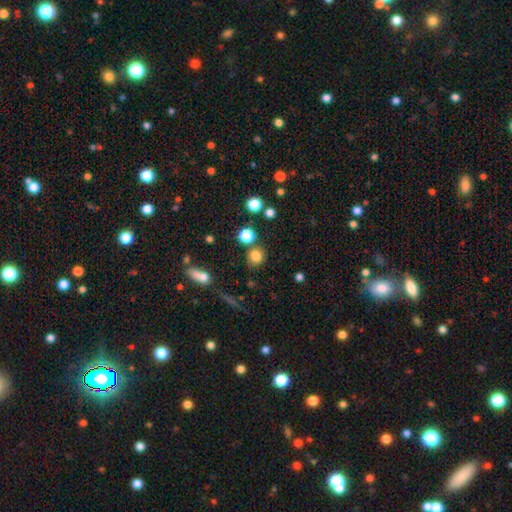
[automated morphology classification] smooth-or-featured: smooth: 80% | star or artifact: 14% | featured or disk: 6%
  how-rounded: round: 85% | in between: 14% | cigar-shaped: 1%
  merging: none: 76% | merger: 10% | minor disturbance: 10% | major disturbance: 4%